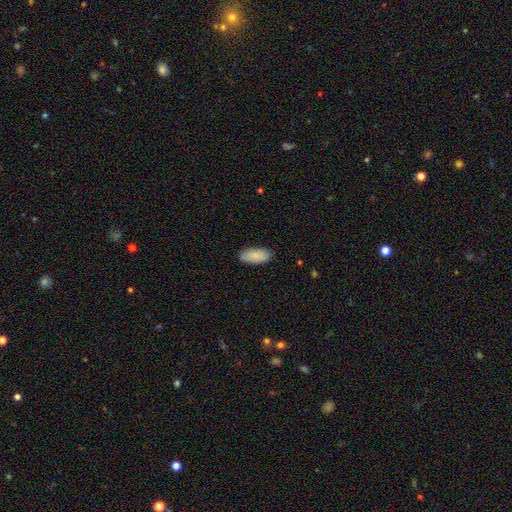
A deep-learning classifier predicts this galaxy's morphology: Smooth or featured: smooth — 87% (featured or disk — 7%)
How rounded: in between — 90% (cigar-shaped — 9%)
Merging: none — 86% (minor disturbance — 11%)